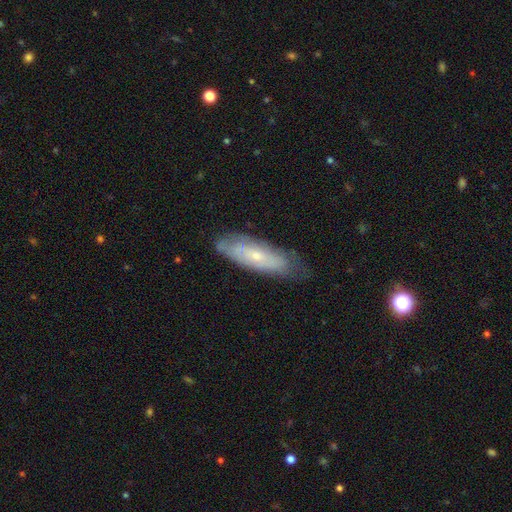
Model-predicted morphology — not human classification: Overall: featured or disk (50%; smooth 43%). Edge-on disk: no (70%). Merging: none (69%).